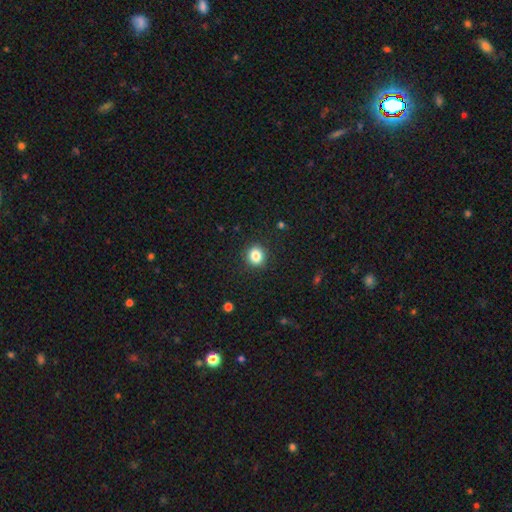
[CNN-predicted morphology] Smooth or featured?
  - smooth: 84% *
  - star or artifact: 11%
  - featured or disk: 5%
How rounded?
  - round: 79% *
  - in between: 20%
  - cigar-shaped: 1%
Merging?
  - none: 91% *
  - minor disturbance: 6%
  - major disturbance: 2%
  - merger: 1%